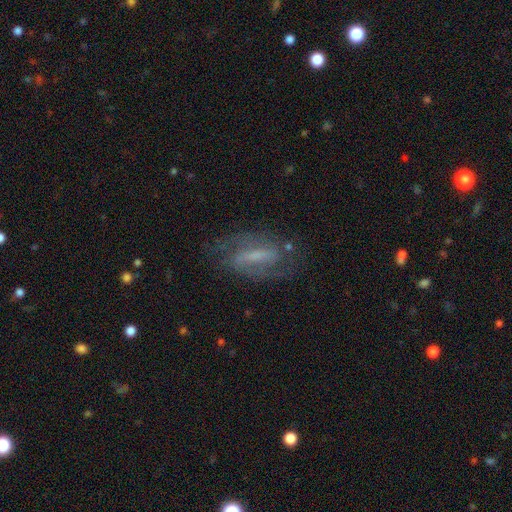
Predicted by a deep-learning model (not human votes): Smooth or featured? featured or disk (71%)
Edge-on disk? no (88%)
Bar? strong (50%)
Spiral arms? yes (85%)
Spiral winding? medium (47%)
Spiral arm count? 2 (77%)
Bulge size? none (35%)
Merging? none (70%)